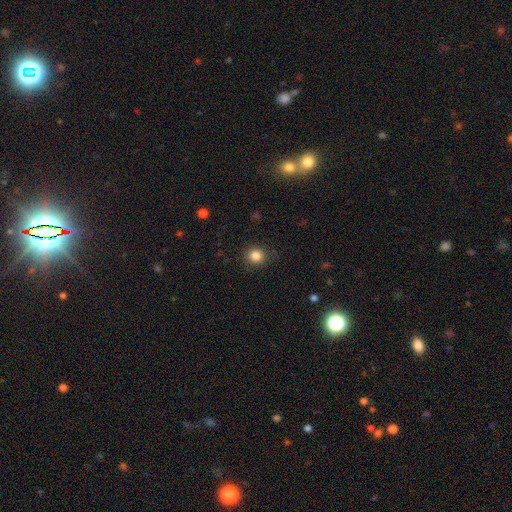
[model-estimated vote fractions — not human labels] The model was most divided on "smooth or featured": smooth: 84%, star or artifact: 11%, featured or disk: 5%. More confident: merging — none (88%); how rounded — round (86%).